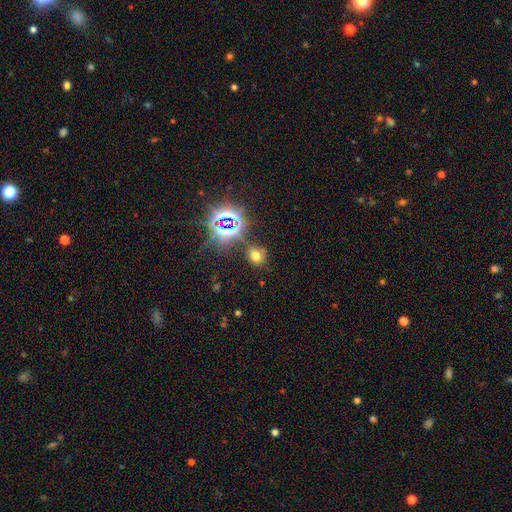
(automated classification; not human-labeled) Morphology: type=smooth (59%); roundness=round (70%); merging=none (72%).